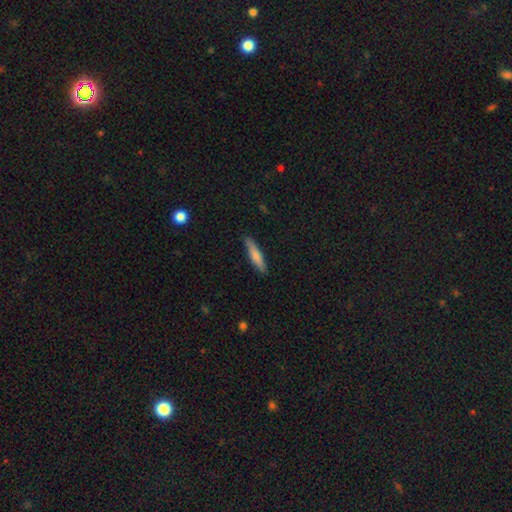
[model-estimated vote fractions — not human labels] Smooth or featured? smooth (75%)
How rounded? cigar-shaped (86%)
Merging? none (87%)